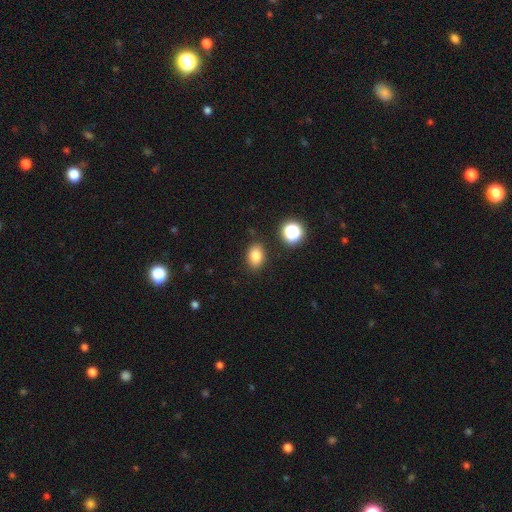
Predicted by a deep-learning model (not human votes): Smooth or featured?
  - smooth: 81% *
  - star or artifact: 12%
  - featured or disk: 6%
How rounded?
  - in between: 74% *
  - round: 25%
  - cigar-shaped: 1%
Merging?
  - none: 85% *
  - minor disturbance: 10%
  - major disturbance: 3%
  - merger: 3%